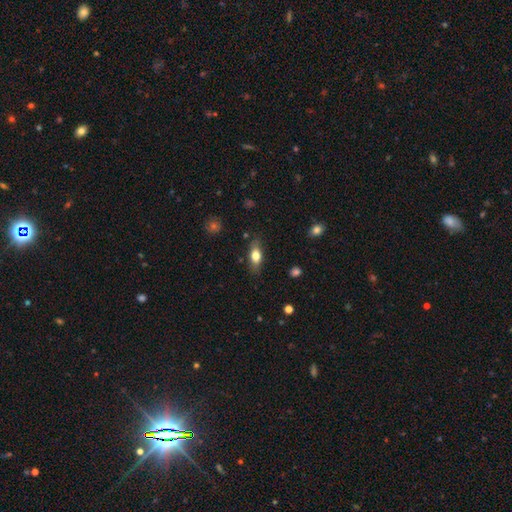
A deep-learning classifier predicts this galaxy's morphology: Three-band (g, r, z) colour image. It shows a smooth galaxy with no disk features (72%) that is in between round and cigar-shaped (77%). Merging: none (81%).